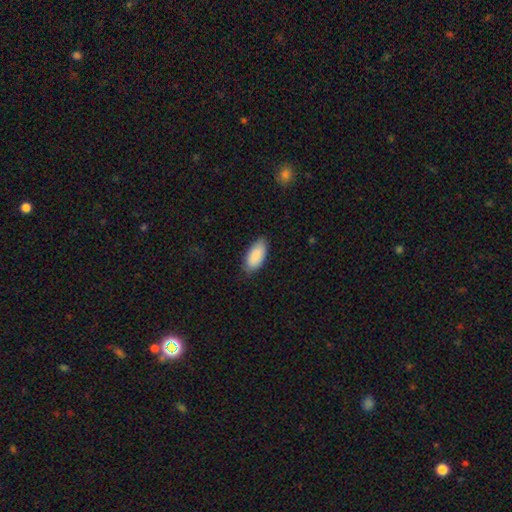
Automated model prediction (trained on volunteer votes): Smooth or featured: smooth — 90% (star or artifact — 5%)
How rounded: in between — 92% (cigar-shaped — 6%)
Merging: none — 81% (minor disturbance — 15%)